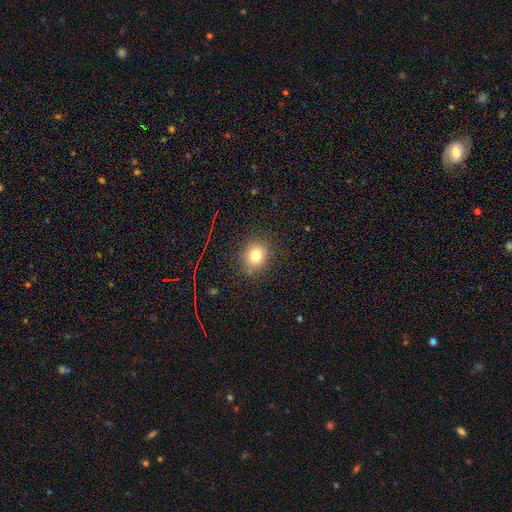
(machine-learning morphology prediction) Overall: smooth (77%). How rounded: round (75%). Merging: none (86%).